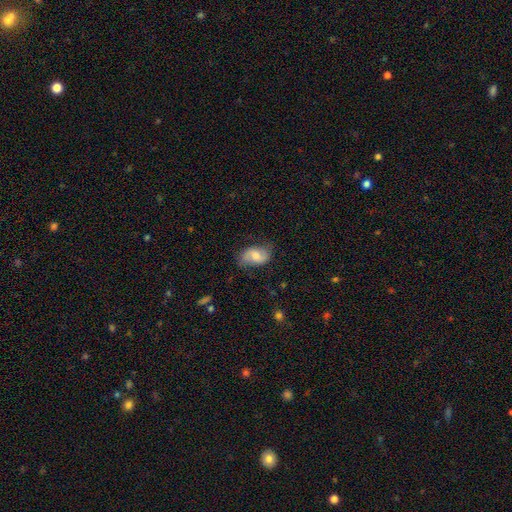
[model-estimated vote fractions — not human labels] Smooth or featured?
  - smooth: 57% *
  - featured or disk: 36%
  - star or artifact: 7%
How rounded?
  - in between: 89% *
  - round: 9%
  - cigar-shaped: 2%
Merging?
  - none: 66% *
  - minor disturbance: 25%
  - major disturbance: 7%
  - merger: 1%